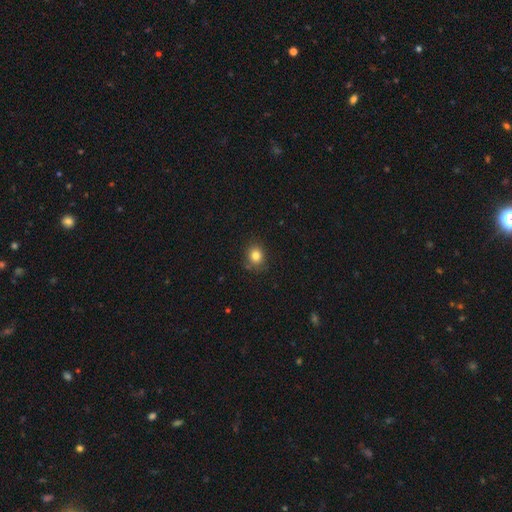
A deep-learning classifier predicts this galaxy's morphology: Smooth or featured: smooth — 82% (star or artifact — 12%)
How rounded: round — 71% (in between — 28%)
Merging: none — 81% (minor disturbance — 13%)